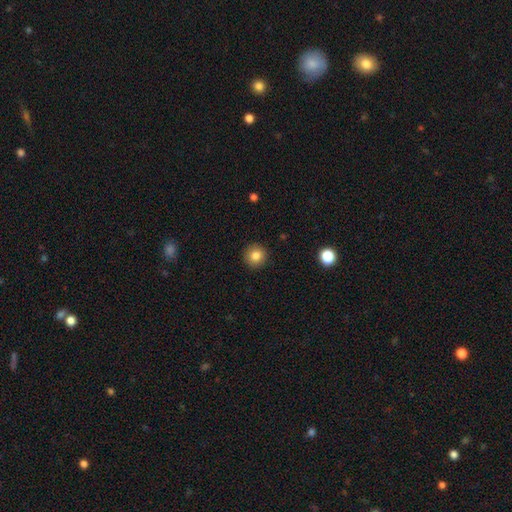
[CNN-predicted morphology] Smooth or featured: smooth — 83% (star or artifact — 10%)
How rounded: round — 94% (in between — 5%)
Merging: none — 92% (minor disturbance — 5%)